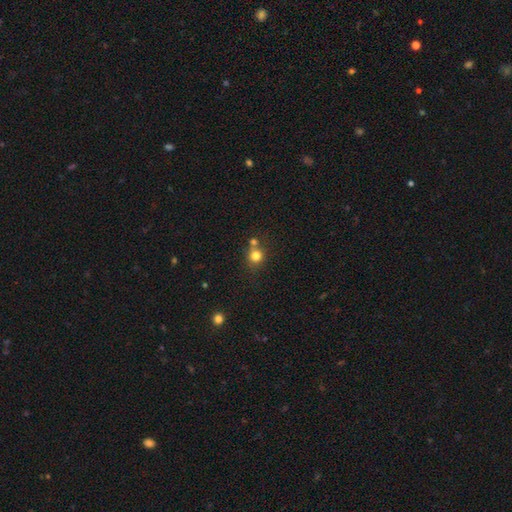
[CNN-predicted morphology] type=smooth (79%); roundness=round (87%); merging=none (58%).